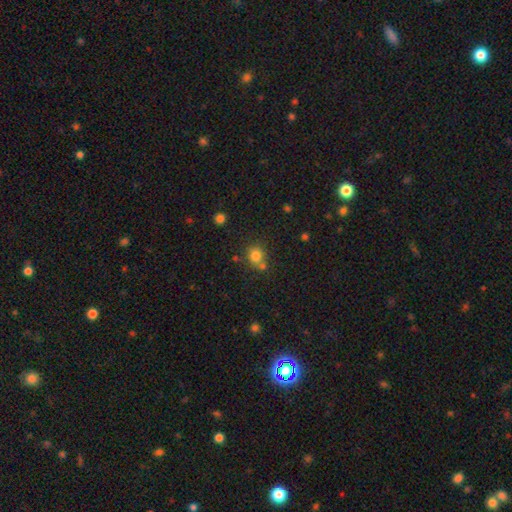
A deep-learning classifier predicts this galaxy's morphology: smooth 79%, star or artifact 14%, featured or disk 7%. Down the decision tree: how rounded — round (80%); merging — none (58%).